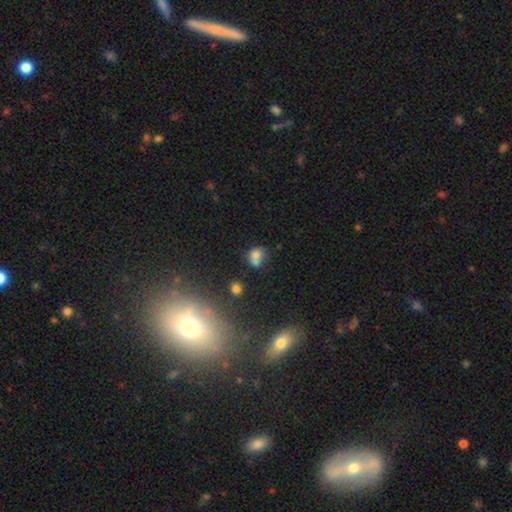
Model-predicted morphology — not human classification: smooth-or-featured: smooth: 70% | featured or disk: 15% | star or artifact: 14%
  how-rounded: round: 67% | in between: 32% | cigar-shaped: 1%
  merging: merger: 47% | none: 35% | minor disturbance: 12% | major disturbance: 6%